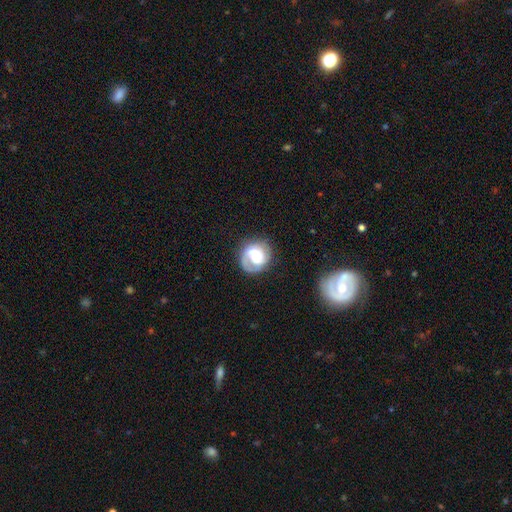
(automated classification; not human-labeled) featured or disk 65%, smooth 28%, star or artifact 7%. Down the decision tree: edge-on disk — no (98%); bar — no (48%); spiral arms — yes (86%); spiral arm count — 1 (47%); spiral winding — tight (44%); bulge size — moderate (47%); merging — none (69%).